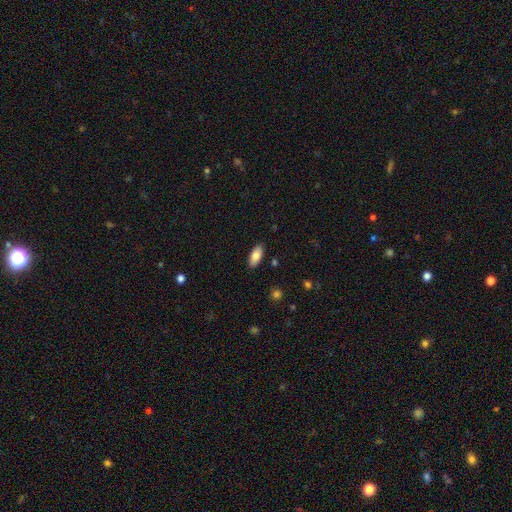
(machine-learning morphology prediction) This appears to be a smooth galaxy with no disk features (80%) that is in between round and cigar-shaped (88%). Merging: none (88%).